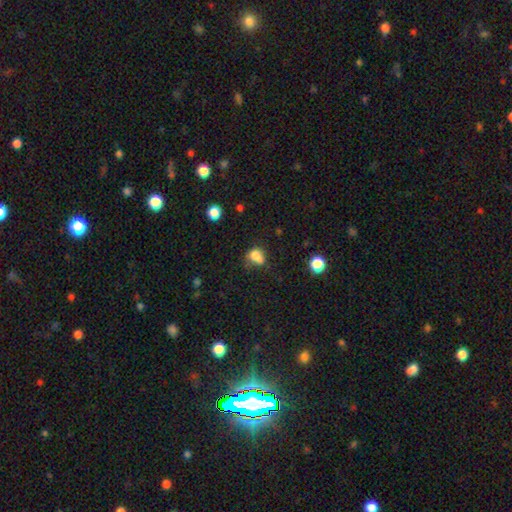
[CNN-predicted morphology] type=smooth (76%); roundness=in between (61%); merging=none (36%).